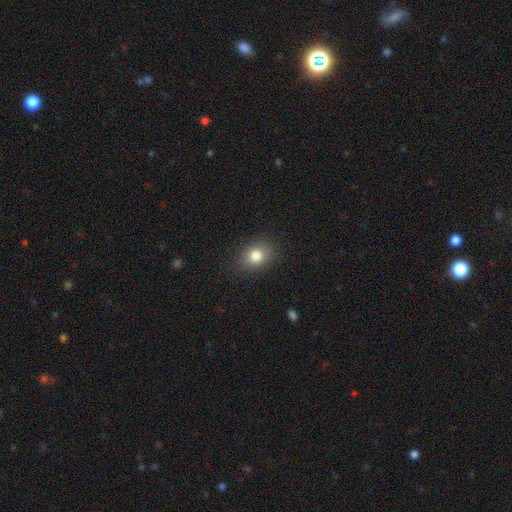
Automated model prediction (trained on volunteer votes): The model was most divided on "how rounded": in between: 57%, round: 42%, cigar-shaped: 1%. More confident: merging — none (84%); smooth or featured — smooth (81%).